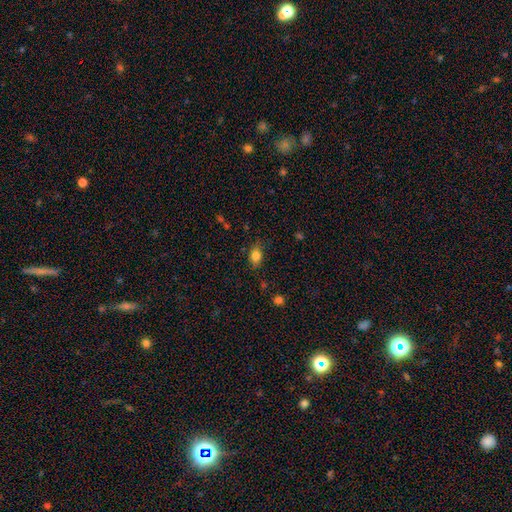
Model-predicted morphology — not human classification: A smooth galaxy with no disk features (83%) that is in between round and cigar-shaped (77%).

Vote fractions:
- Smooth or featured? smooth: 83% / star or artifact: 10% / featured or disk: 7%
- How rounded? in between: 77% / round: 20% / cigar-shaped: 2%
- Merging? none: 78% / minor disturbance: 16% / major disturbance: 4% / merger: 1%